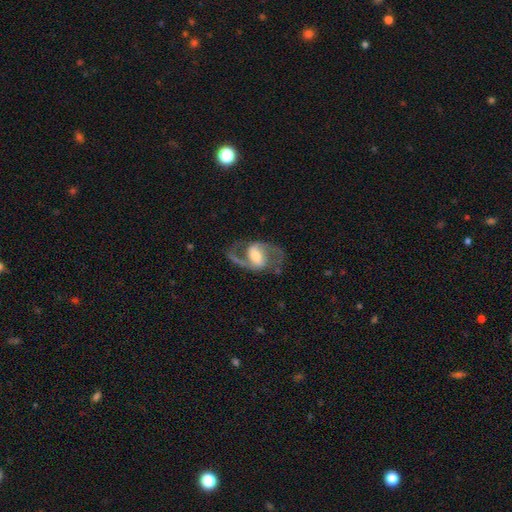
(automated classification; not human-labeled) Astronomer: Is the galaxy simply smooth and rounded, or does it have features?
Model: featured or disk — 86%.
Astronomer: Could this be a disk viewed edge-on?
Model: no — 97%.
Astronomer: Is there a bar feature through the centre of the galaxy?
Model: weak — 44% (runner-up: strong, 35%).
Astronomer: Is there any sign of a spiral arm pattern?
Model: yes — 94%.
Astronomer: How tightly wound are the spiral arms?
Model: medium — 54% (runner-up: loose, 36%).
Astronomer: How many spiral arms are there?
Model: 2 — 92%.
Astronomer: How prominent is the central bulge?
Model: moderate — 60%.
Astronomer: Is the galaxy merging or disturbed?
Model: none — 73%.